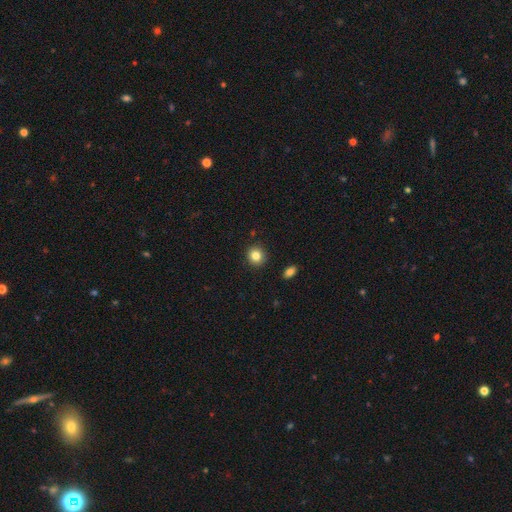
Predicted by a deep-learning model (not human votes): Smooth or featured? Predicted: smooth (p=0.83). How rounded? Predicted: round (p=0.88). Merging? Predicted: none (p=0.91).